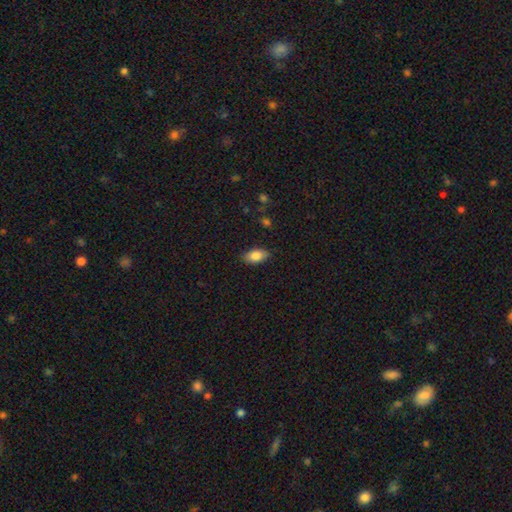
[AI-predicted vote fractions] Q: Smooth or featured?
A: smooth (84%); runner-up: featured or disk (9%)
Q: How rounded?
A: in between (91%); runner-up: cigar-shaped (5%)
Q: Merging?
A: none (86%); runner-up: minor disturbance (10%)